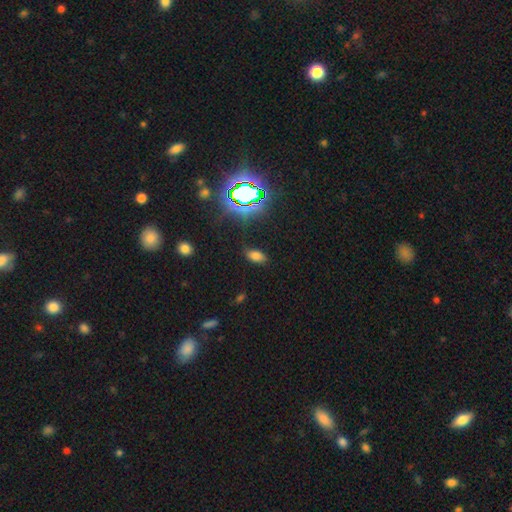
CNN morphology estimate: A smooth galaxy with no disk features (69%) that is in between round and cigar-shaped (90%). Merging: none (84%).